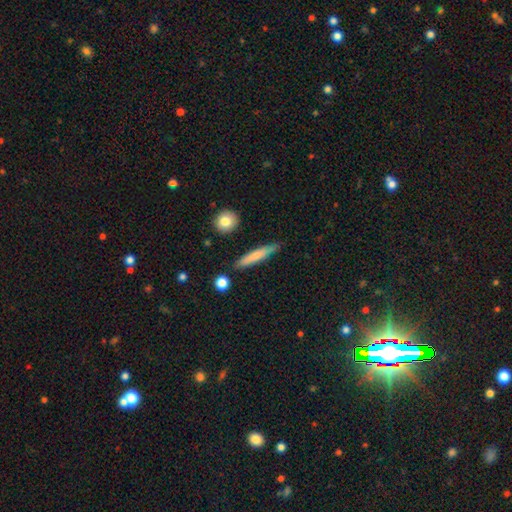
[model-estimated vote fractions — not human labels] Q: Smooth or featured?
A: smooth (69%); runner-up: featured or disk (25%)
Q: How rounded?
A: cigar-shaped (91%); runner-up: in between (7%)
Q: Merging?
A: none (83%); runner-up: minor disturbance (12%)